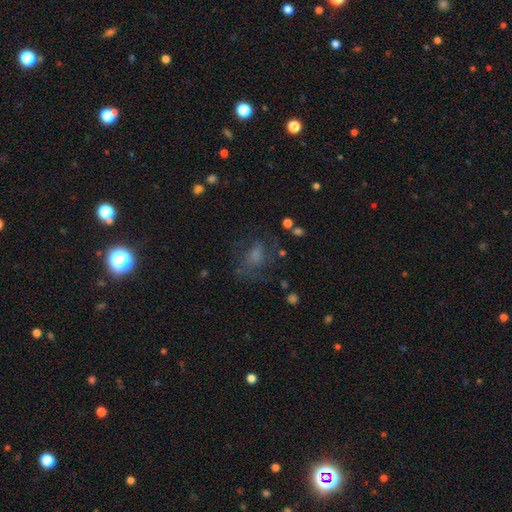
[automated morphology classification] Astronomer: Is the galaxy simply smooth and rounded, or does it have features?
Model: smooth — 45% (runner-up: featured or disk, 37%).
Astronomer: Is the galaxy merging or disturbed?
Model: none — 52%.